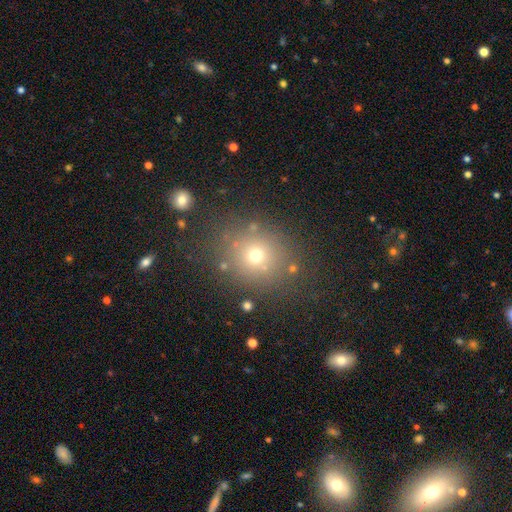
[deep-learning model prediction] smooth 66%, star or artifact 22%, featured or disk 12%. Down the decision tree: how rounded — round (80%); merging — none (79%).